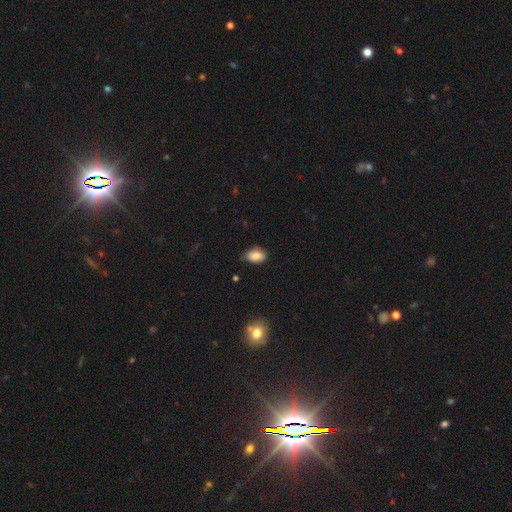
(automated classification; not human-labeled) smooth 84%, star or artifact 8%, featured or disk 7%. Down the decision tree: how rounded — in between (85%); merging — none (72%).